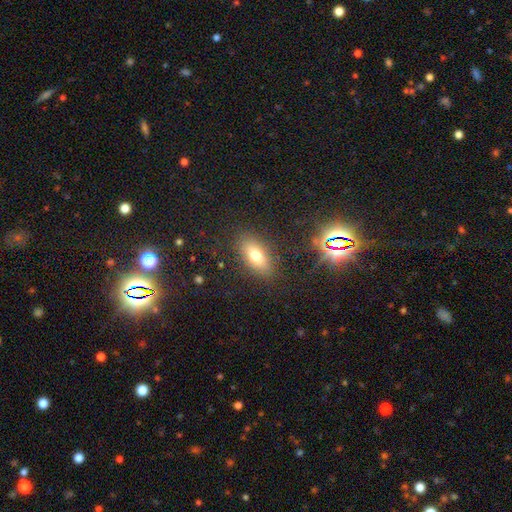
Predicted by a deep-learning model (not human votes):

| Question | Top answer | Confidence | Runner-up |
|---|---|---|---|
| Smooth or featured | smooth | 70% | featured or disk (17%) |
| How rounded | in between | 83% | cigar-shaped (11%) |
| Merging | none | 85% | minor disturbance (10%) |